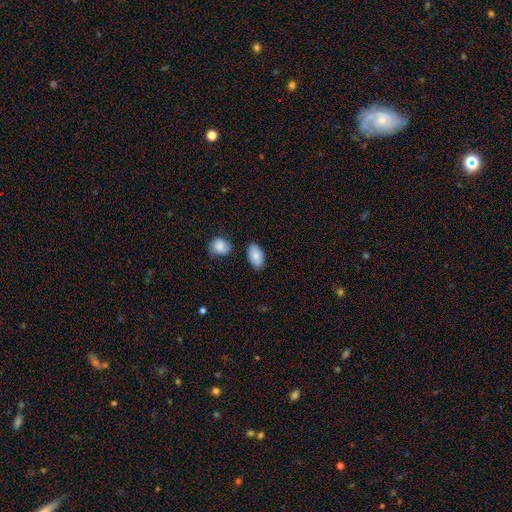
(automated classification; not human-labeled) A smooth galaxy with no disk features (85%) that is in between round and cigar-shaped (93%).

Vote fractions:
- Smooth or featured? smooth: 85% / featured or disk: 8% / star or artifact: 7%
- How rounded? in between: 93% / round: 5% / cigar-shaped: 2%
- Merging? none: 79% / minor disturbance: 14% / merger: 4% / major disturbance: 3%